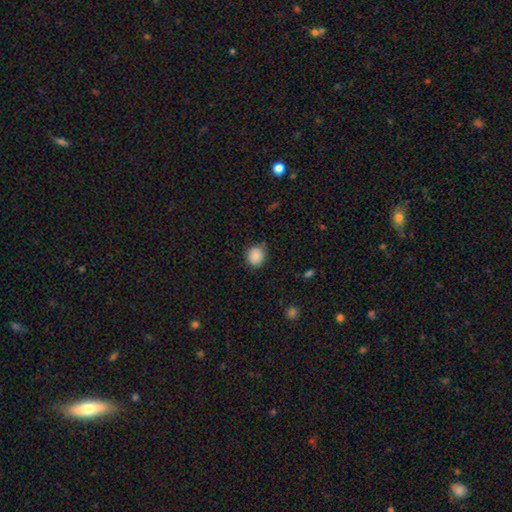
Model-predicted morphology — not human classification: A smooth galaxy with no disk features (88%) that is round (82%).

Vote fractions:
- Smooth or featured? smooth: 88% / star or artifact: 9% / featured or disk: 3%
- How rounded? round: 82% / in between: 17% / cigar-shaped: 1%
- Merging? none: 80% / minor disturbance: 15% / major disturbance: 3% / merger: 1%